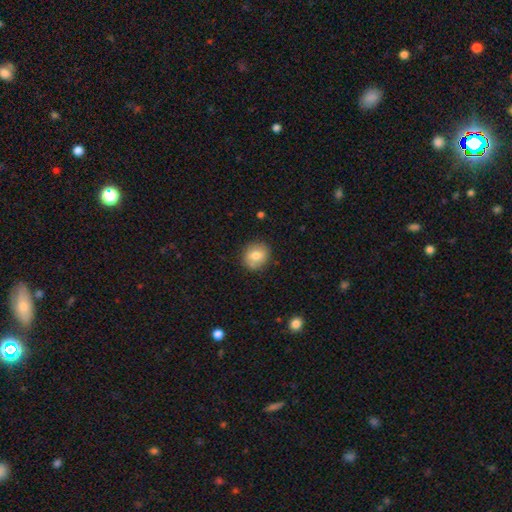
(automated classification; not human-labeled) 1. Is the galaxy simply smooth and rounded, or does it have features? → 78% smooth, 13% featured or disk, 9% star or artifact.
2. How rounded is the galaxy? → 82% round, 17% in between, 1% cigar-shaped.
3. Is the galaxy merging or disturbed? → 84% none, 12% minor disturbance, 2% major disturbance, 2% merger.